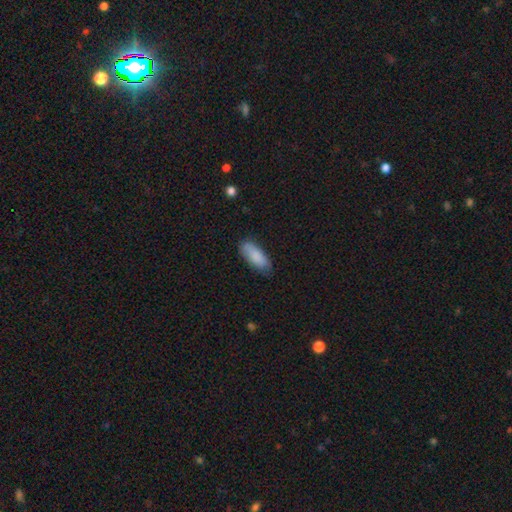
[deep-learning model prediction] This appears to be a smooth galaxy with no disk features (85%) that is in between round and cigar-shaped (77%). Merging: none (77%).